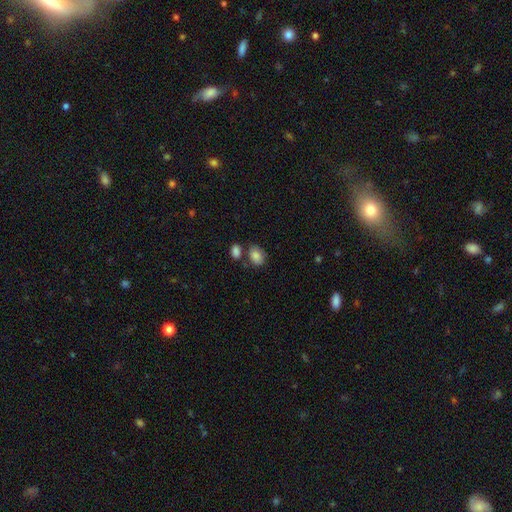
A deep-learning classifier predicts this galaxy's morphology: This appears to be a smooth galaxy with no disk features (85%) that is in between round and cigar-shaped (76%). Merging: none (55%).